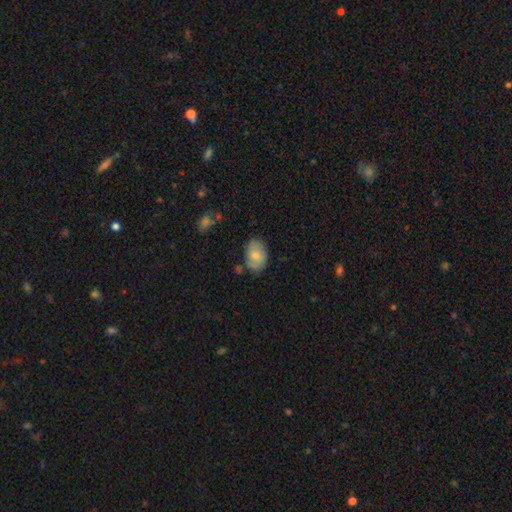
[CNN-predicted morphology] smooth_or_featured: smooth (p=0.70) [alt: featured or disk p=0.23]
how_rounded: in between (p=0.83) [alt: round p=0.16]
merging: none (p=0.67) [alt: minor disturbance p=0.24]